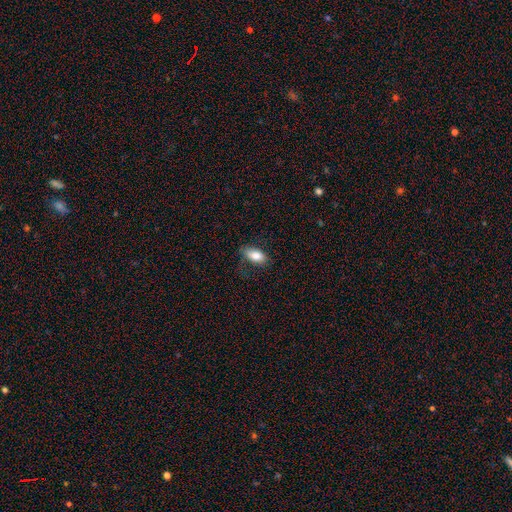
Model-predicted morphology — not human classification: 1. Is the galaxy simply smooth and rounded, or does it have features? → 82% smooth, 11% featured or disk, 7% star or artifact.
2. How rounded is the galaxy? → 90% in between, 6% cigar-shaped, 4% round.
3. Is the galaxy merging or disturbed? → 67% none, 22% minor disturbance, 10% major disturbance, 1% merger.